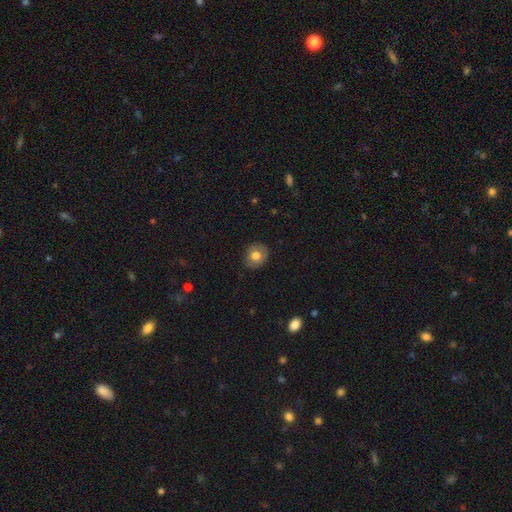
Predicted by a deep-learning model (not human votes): A smooth galaxy with no disk features (72%) that is round (68%).

Vote fractions:
- Smooth or featured? smooth: 72% / featured or disk: 19% / star or artifact: 8%
- How rounded? round: 68% / in between: 31% / cigar-shaped: 1%
- Merging? none: 82% / minor disturbance: 14% / major disturbance: 3% / merger: 1%